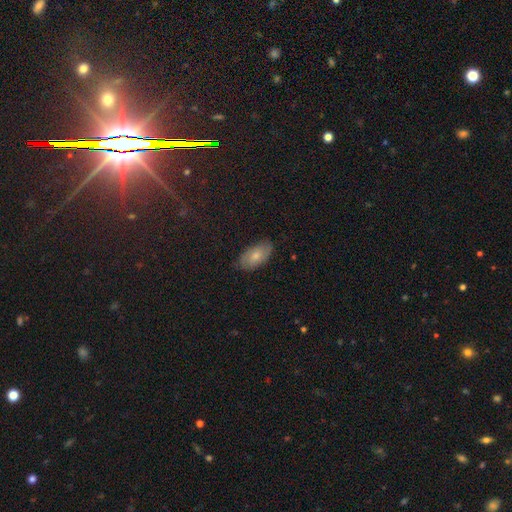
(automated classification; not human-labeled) This appears to be a smooth galaxy with no disk features (60%) that is in between round and cigar-shaped (94%). Merging: none (80%).